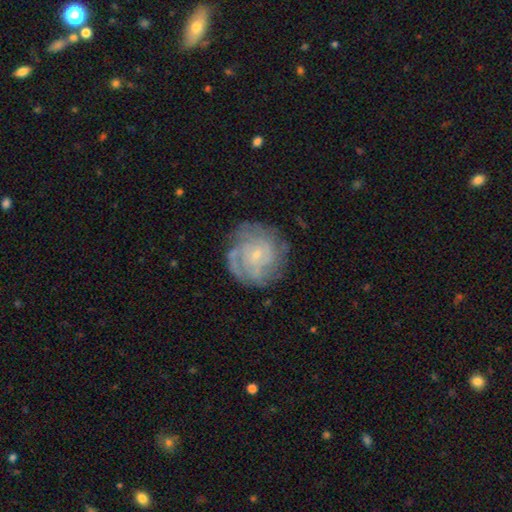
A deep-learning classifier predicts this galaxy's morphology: smooth_or_featured: featured or disk (p=0.75) [alt: smooth p=0.18]
disk_edge_on: no (p=0.98) [alt: yes p=0.02]
bar: no (p=0.71) [alt: weak p=0.25]
has_spiral_arms: yes (p=0.87) [alt: no p=0.13]
spiral_winding: tight (p=0.69) [alt: medium p=0.24]
spiral_arm_count: can't tell (p=0.46) [alt: 3 p=0.16]
bulge_size: small (p=0.80) [alt: moderate p=0.14]
merging: none (p=0.73) [alt: minor disturbance p=0.17]